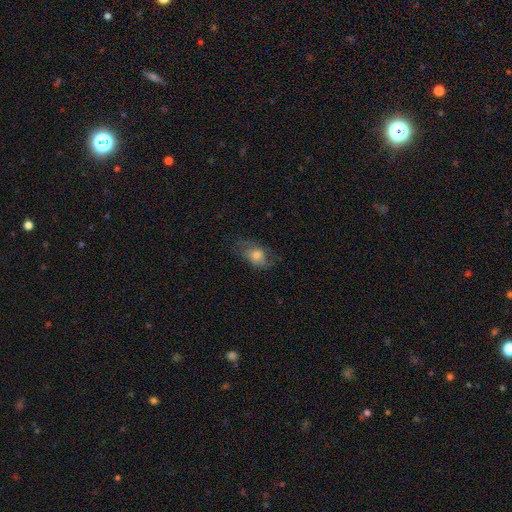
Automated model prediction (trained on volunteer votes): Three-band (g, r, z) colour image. It shows a smooth galaxy with no disk features (52%) that is in between round and cigar-shaped (76%). Merging: none (56%).